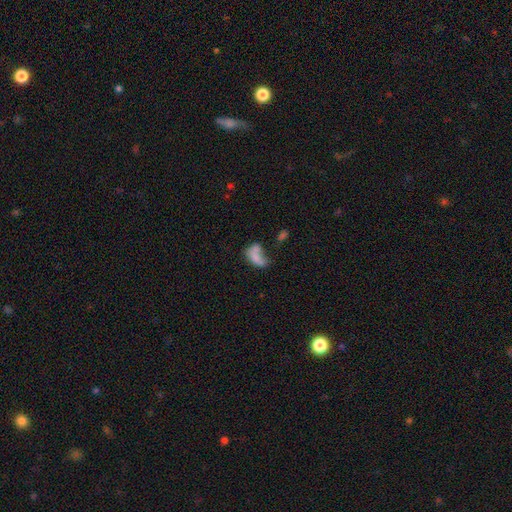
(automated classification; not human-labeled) smooth 62%, featured or disk 26%, star or artifact 12%. Down the decision tree: how rounded — in between (85%); merging — merger (36%).